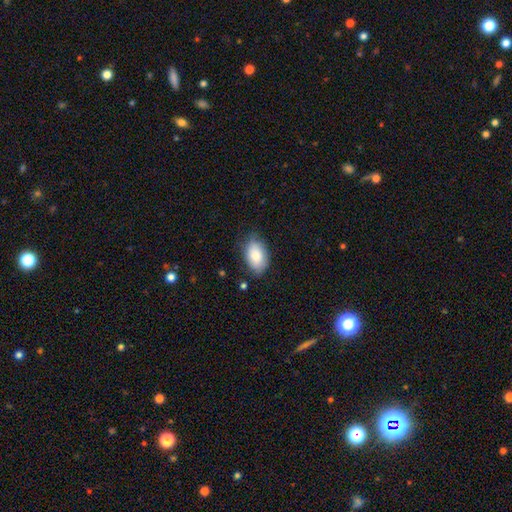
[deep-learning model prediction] smooth_or_featured: smooth (p=0.81) [alt: featured or disk p=0.13]
how_rounded: in between (p=0.91) [alt: round p=0.07]
merging: none (p=0.73) [alt: minor disturbance p=0.21]